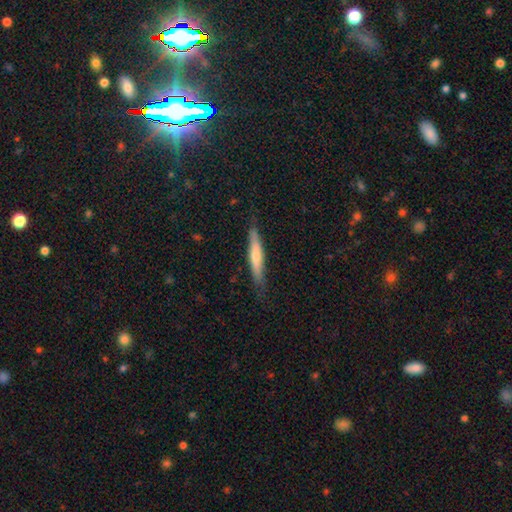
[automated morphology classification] This is possibly a smooth galaxy (54%). How rounded: clearly cigar-shaped (93%). Merging: clearly none (81%).